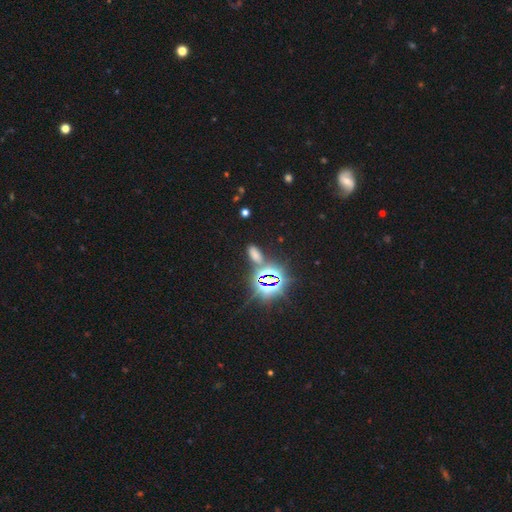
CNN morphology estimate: A star or artifact, not a galaxy (64%).